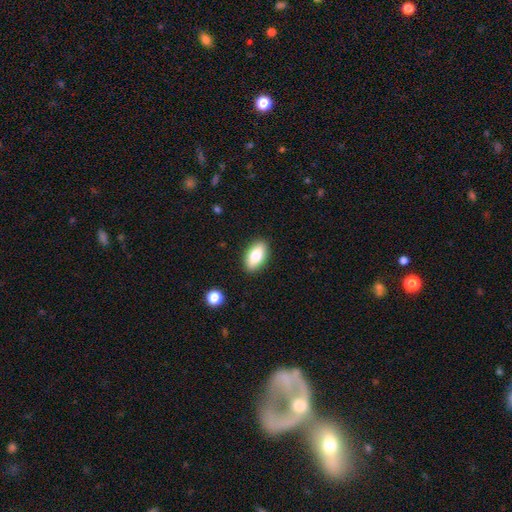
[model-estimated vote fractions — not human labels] Smooth or featured?
  - smooth: 78% *
  - featured or disk: 15%
  - star or artifact: 7%
How rounded?
  - in between: 90% *
  - cigar-shaped: 6%
  - round: 4%
Merging?
  - none: 88% *
  - minor disturbance: 8%
  - major disturbance: 2%
  - merger: 1%